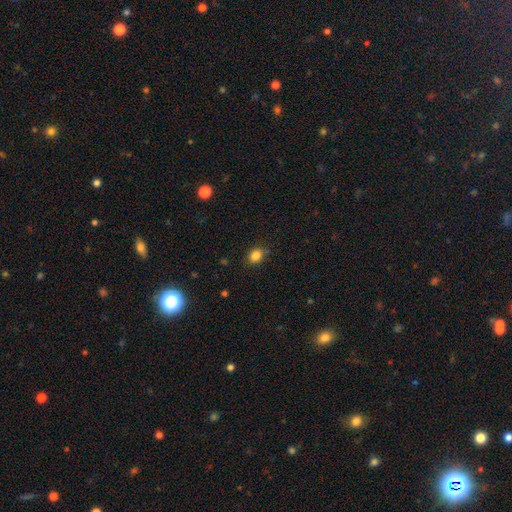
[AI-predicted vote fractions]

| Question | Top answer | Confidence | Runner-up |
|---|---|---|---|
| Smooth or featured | smooth | 84% | star or artifact (11%) |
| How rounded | in between | 53% | round (46%) |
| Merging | none | 82% | minor disturbance (14%) |